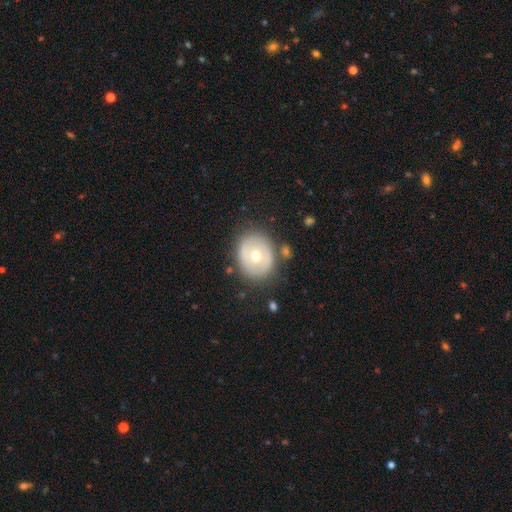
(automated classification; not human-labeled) The model was most divided on "smooth or featured": smooth: 48%, featured or disk: 44%, star or artifact: 8%. More confident: merging — none (79%).